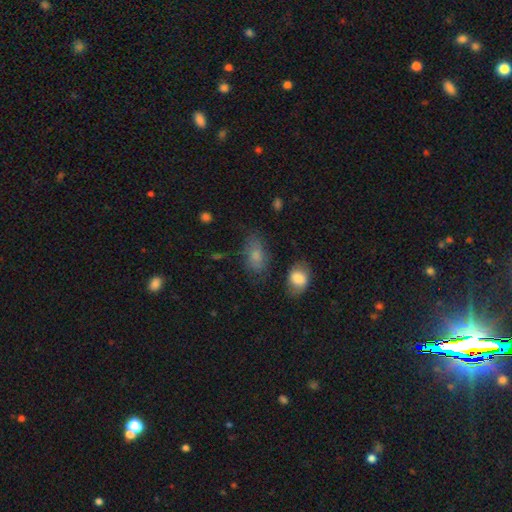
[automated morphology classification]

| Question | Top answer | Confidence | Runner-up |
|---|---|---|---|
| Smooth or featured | smooth | 76% | featured or disk (14%) |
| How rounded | in between | 88% | round (10%) |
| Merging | none | 61% | minor disturbance (25%) |